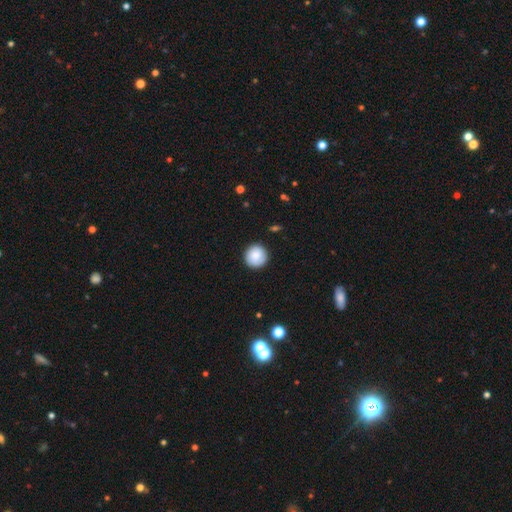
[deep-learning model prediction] smooth_or_featured: smooth (p=0.86) [alt: star or artifact p=0.07]
how_rounded: round (p=0.96) [alt: in between p=0.03]
merging: none (p=0.90) [alt: minor disturbance p=0.07]